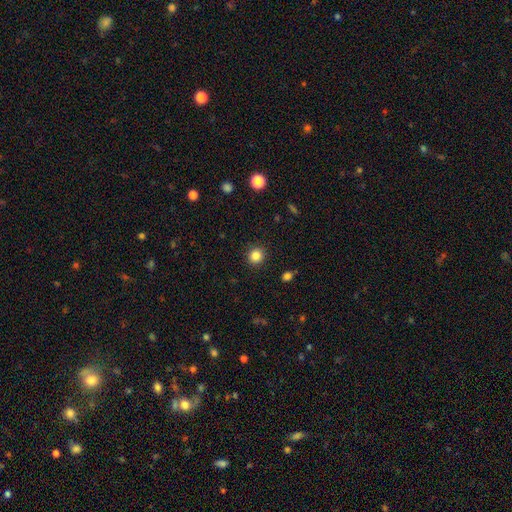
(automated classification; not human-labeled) smooth 84%, star or artifact 11%, featured or disk 4%. Down the decision tree: how rounded — round (91%); merging — none (91%).